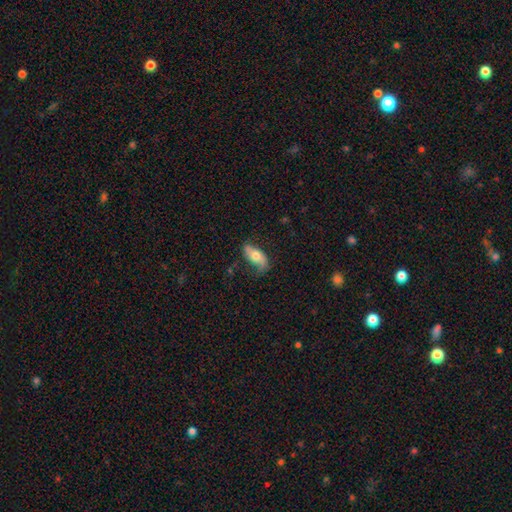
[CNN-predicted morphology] This is possibly a smooth galaxy (59%). How rounded: clearly in between (83%). Merging: likely none (65%).